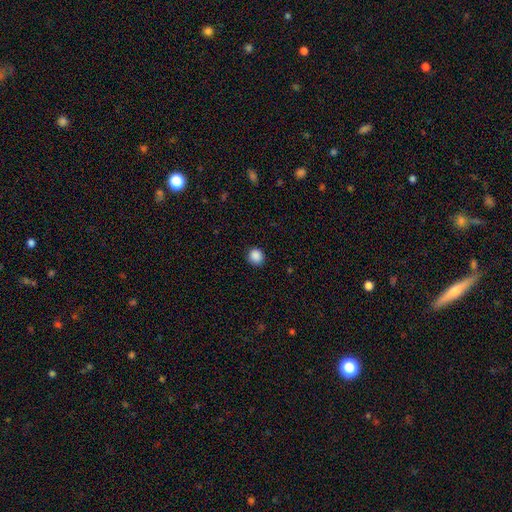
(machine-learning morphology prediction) Q: Smooth or featured?
A: smooth (88%); runner-up: star or artifact (10%)
Q: How rounded?
A: round (88%); runner-up: in between (11%)
Q: Merging?
A: none (89%); runner-up: minor disturbance (8%)